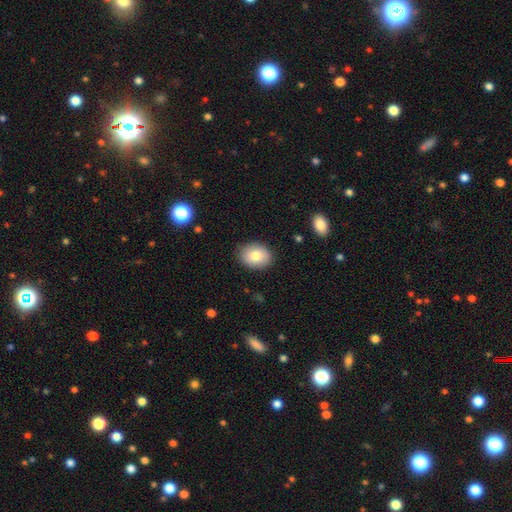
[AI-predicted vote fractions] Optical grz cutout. It shows a smooth galaxy with no disk features (79%) that is in between round and cigar-shaped (62%). Merging: none (86%).